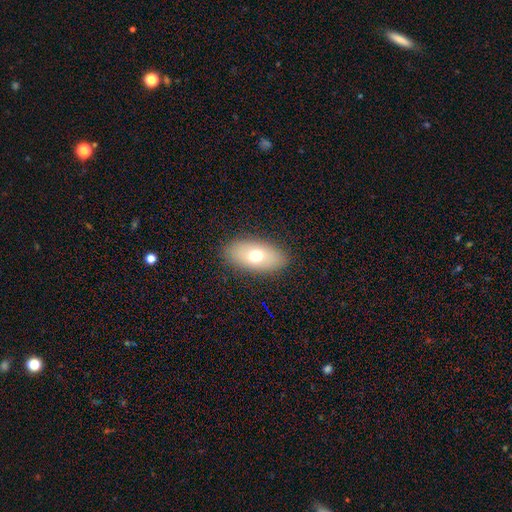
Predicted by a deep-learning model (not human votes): This appears to be a smooth galaxy with no disk features (67%) that is in between round and cigar-shaped (89%). Merging: none (87%).